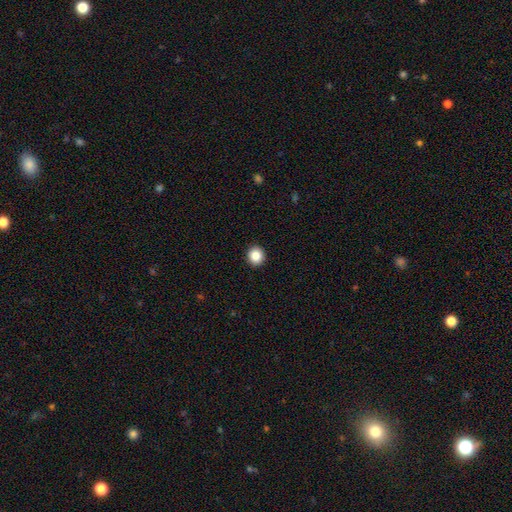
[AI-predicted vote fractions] The model was most divided on "how rounded": round: 88%, in between: 11%, cigar-shaped: 1%. More confident: merging — none (93%); smooth or featured — smooth (86%).